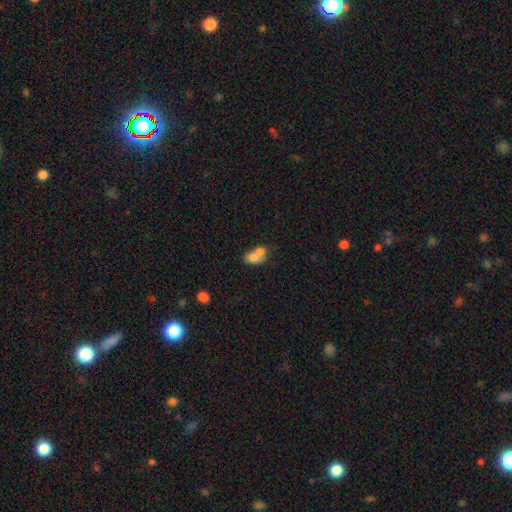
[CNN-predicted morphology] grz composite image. It shows a smooth galaxy with no disk features (69%) that is in between round and cigar-shaped (73%). Merging: merger (68%).